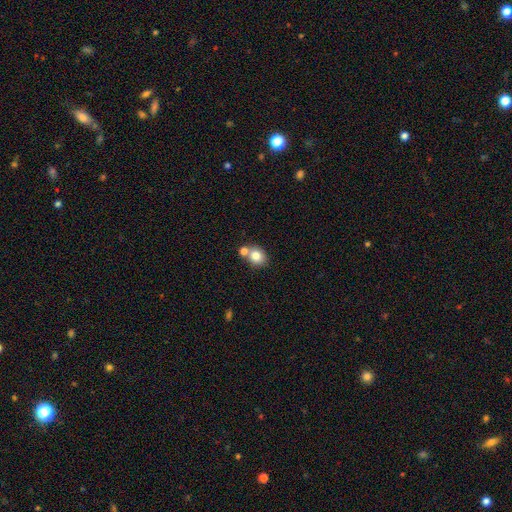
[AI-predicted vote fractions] Overall: smooth (80%). How rounded: round (64%; in between 35%). Merging: none (54%; merger 33%).